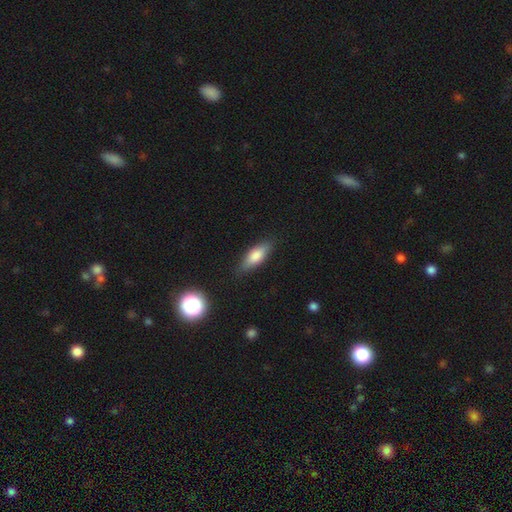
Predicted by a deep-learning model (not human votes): A smooth galaxy with no disk features (72%) that is in between round and cigar-shaped (64%).

Vote fractions:
- Smooth or featured? smooth: 72% / featured or disk: 21% / star or artifact: 7%
- How rounded? in between: 64% / cigar-shaped: 33% / round: 3%
- Merging? none: 83% / minor disturbance: 13% / major disturbance: 3% / merger: 1%